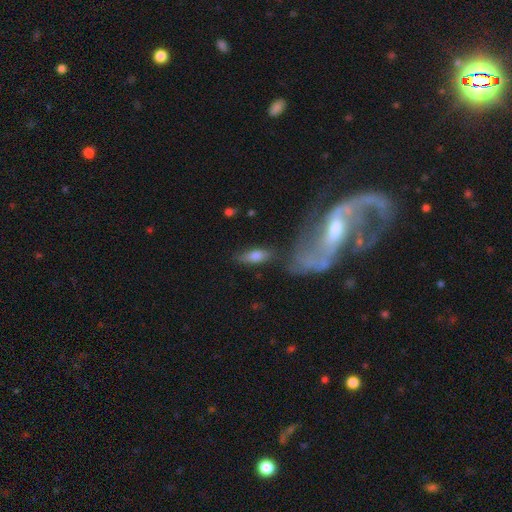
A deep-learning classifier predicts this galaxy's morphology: This appears to be a smooth galaxy with no disk features (67%) that is in between round and cigar-shaped (70%). Merging: none (67%).